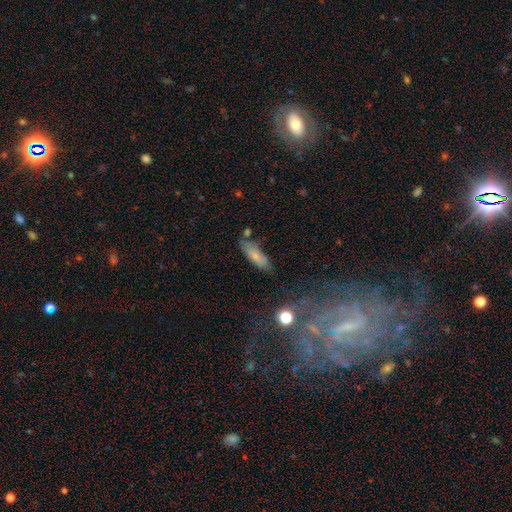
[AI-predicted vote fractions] Morphology: type=smooth (72%); roundness=in between (51%); merging=none (68%).